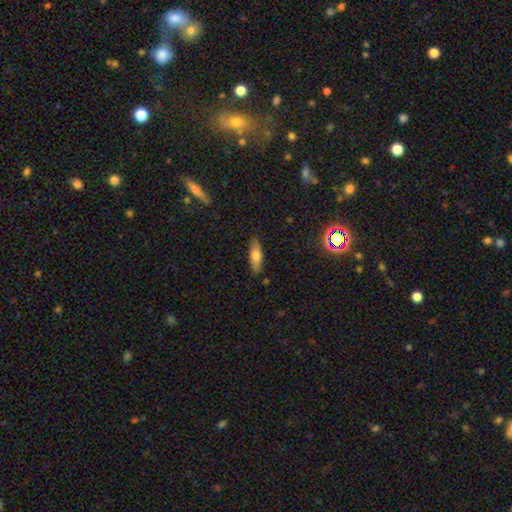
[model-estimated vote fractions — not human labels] A smooth galaxy with no disk features (67%) that is in between round and cigar-shaped (56%).

Vote fractions:
- Smooth or featured? smooth: 67% / featured or disk: 26% / star or artifact: 8%
- How rounded? in between: 56% / cigar-shaped: 42% / round: 3%
- Merging? none: 86% / minor disturbance: 10% / major disturbance: 2% / merger: 1%